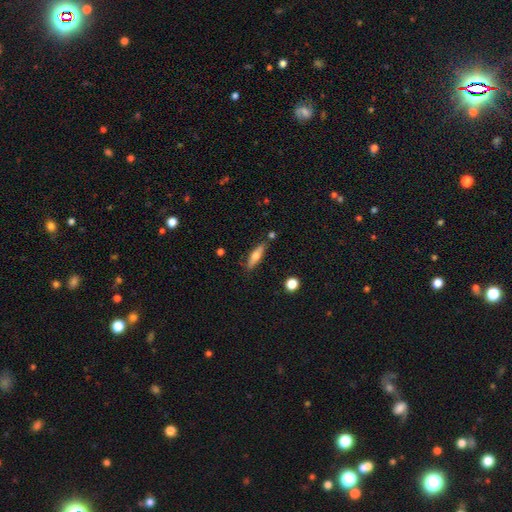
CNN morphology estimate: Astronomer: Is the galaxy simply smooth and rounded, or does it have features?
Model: smooth — 53% (runner-up: featured or disk, 40%).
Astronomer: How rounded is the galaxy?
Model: cigar-shaped — 67%.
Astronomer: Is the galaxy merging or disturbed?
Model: none — 81%.